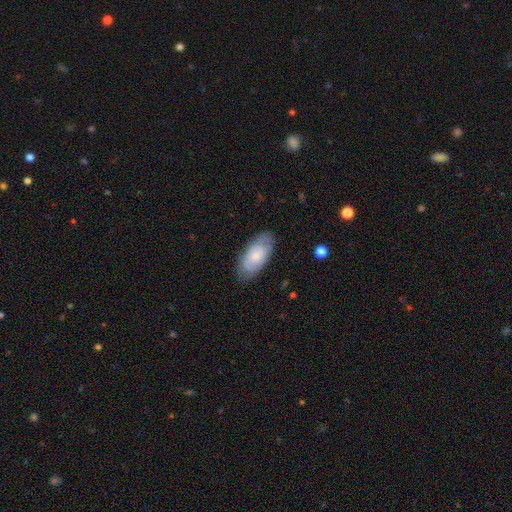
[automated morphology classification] This is likely a smooth galaxy (63%). How rounded: clearly in between (92%). Merging: likely none (78%).